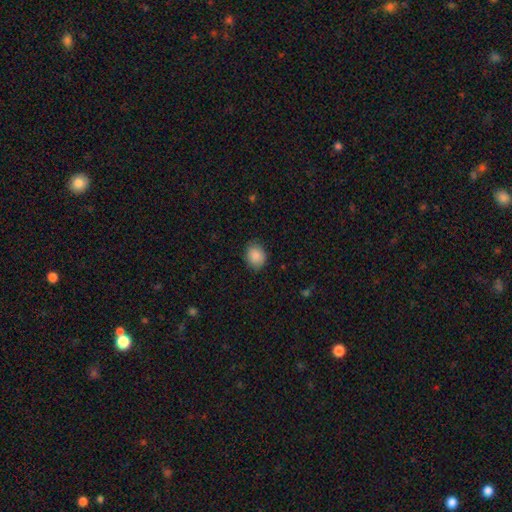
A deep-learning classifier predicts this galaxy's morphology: Smooth or featured? smooth (87%)
How rounded? round (56%)
Merging? none (84%)